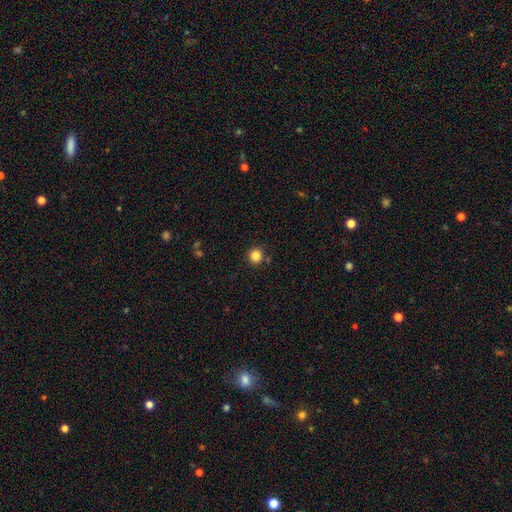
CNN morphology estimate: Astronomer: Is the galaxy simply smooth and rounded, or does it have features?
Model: smooth — 84%.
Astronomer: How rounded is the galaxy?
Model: round — 94%.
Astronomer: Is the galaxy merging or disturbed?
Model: none — 88%.